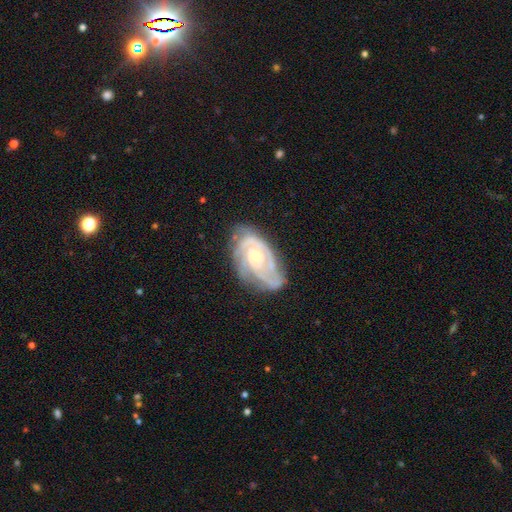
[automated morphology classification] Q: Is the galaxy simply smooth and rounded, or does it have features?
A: featured or disk — 87%.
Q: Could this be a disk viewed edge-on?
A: no — 96%.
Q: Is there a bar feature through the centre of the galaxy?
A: no — 71%.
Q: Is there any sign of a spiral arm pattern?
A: yes — 96%.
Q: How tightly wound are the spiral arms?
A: tight — 67%.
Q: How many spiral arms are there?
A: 2 — 32%.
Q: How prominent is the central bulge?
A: small — 60%.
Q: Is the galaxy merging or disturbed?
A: none — 68%.